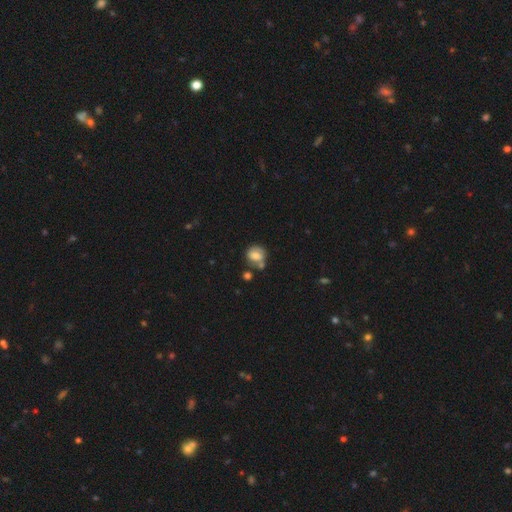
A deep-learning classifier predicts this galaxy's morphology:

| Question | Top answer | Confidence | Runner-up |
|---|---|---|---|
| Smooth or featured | smooth | 68% | featured or disk (23%) |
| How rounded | round | 72% | in between (27%) |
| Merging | none | 52% | merger (22%) |